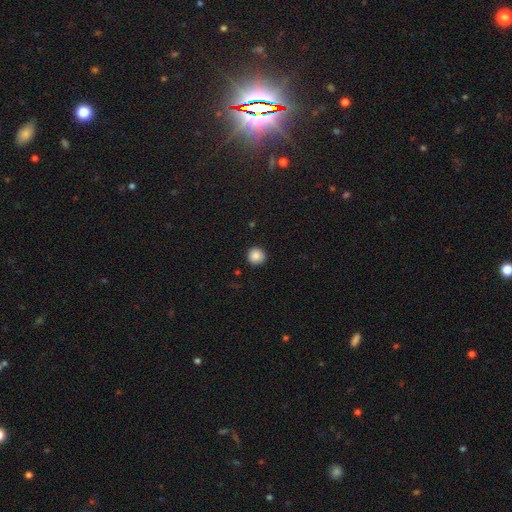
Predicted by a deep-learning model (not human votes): smooth-or-featured: smooth: 86% | star or artifact: 9% | featured or disk: 4%
  how-rounded: round: 94% | in between: 5% | cigar-shaped: 1%
  merging: none: 91% | minor disturbance: 6% | major disturbance: 2% | merger: 1%